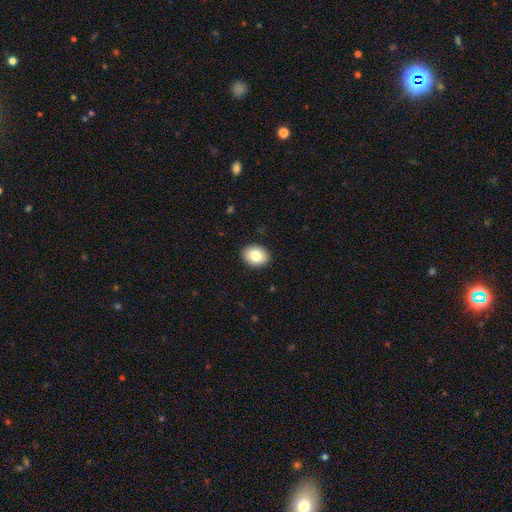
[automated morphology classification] This is clearly a smooth galaxy (83%). How rounded: possibly in between (56%). Merging: clearly none (91%).